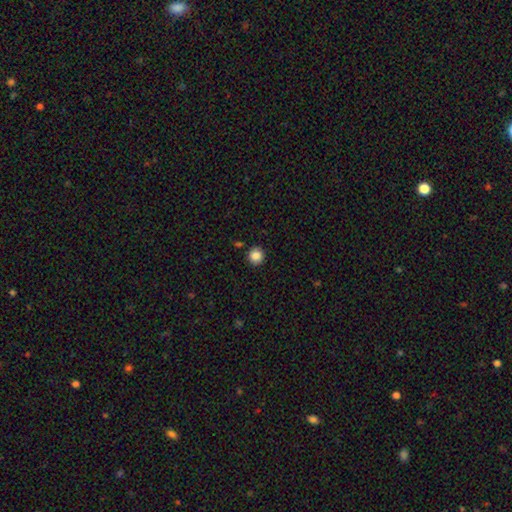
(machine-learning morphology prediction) smooth_or_featured: smooth (p=0.86) [alt: star or artifact p=0.10]
how_rounded: round (p=0.93) [alt: in between p=0.06]
merging: none (p=0.91) [alt: minor disturbance p=0.06]